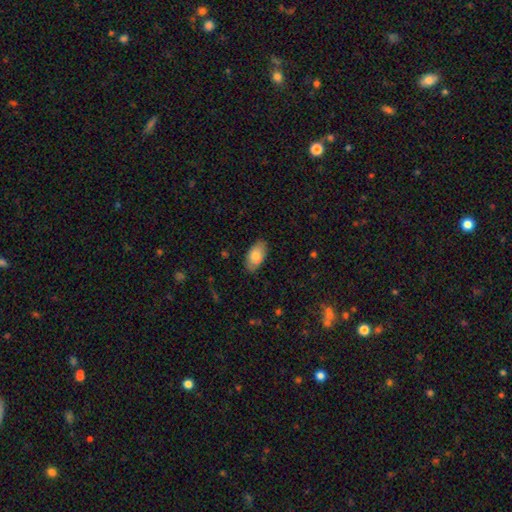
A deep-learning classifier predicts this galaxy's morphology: smooth 82%, featured or disk 11%, star or artifact 6%. Down the decision tree: how rounded — in between (94%); merging — none (84%).